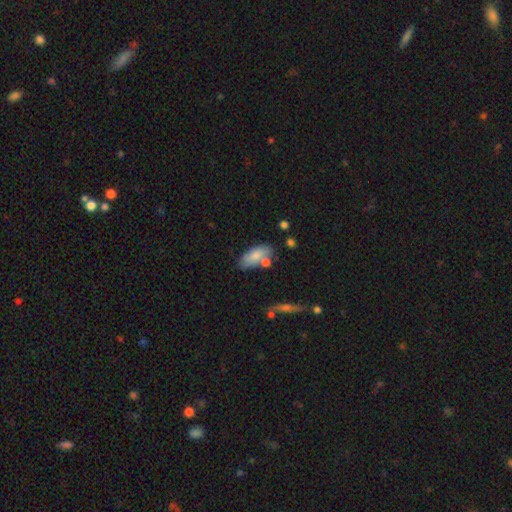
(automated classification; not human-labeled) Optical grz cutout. It shows a smooth galaxy with no disk features (78%) that is in between round and cigar-shaped (83%). Merging: none (61%).